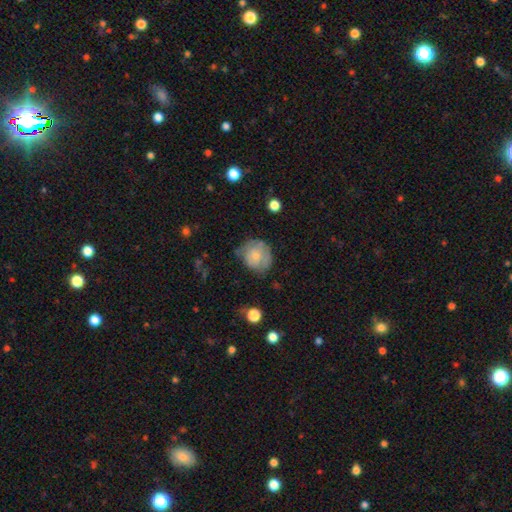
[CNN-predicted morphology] A smooth galaxy with no disk features (63%) that is round (77%).

Vote fractions:
- Smooth or featured? smooth: 63% / featured or disk: 29% / star or artifact: 8%
- How rounded? round: 77% / in between: 22% / cigar-shaped: 1%
- Merging? none: 51% / minor disturbance: 33% / major disturbance: 13% / merger: 3%